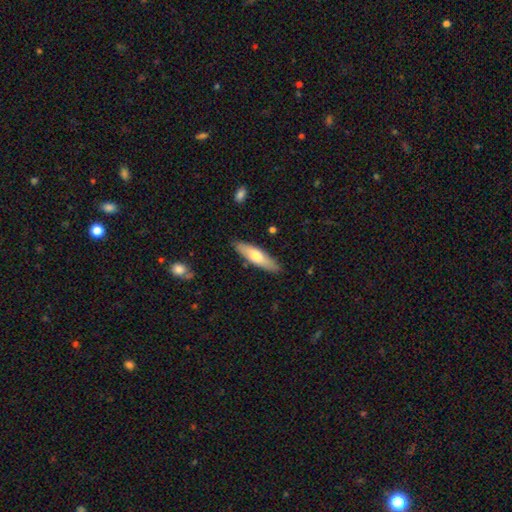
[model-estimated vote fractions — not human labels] The model was most divided on "how rounded": cigar-shaped: 63%, in between: 35%, round: 2%. More confident: merging — none (86%); smooth or featured — smooth (65%).